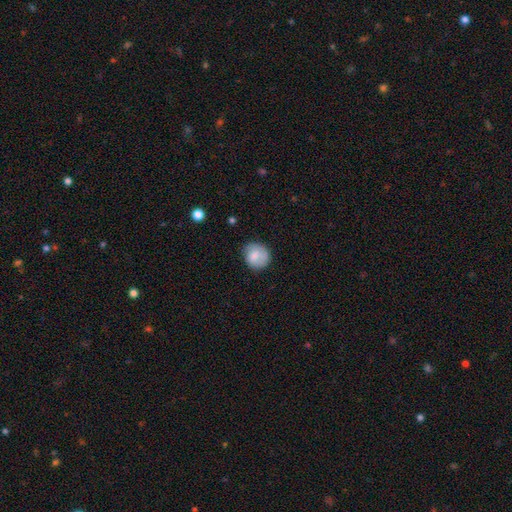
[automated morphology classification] This appears to be a smooth galaxy with no disk features (77%) that is round (80%). Merging: none (71%).